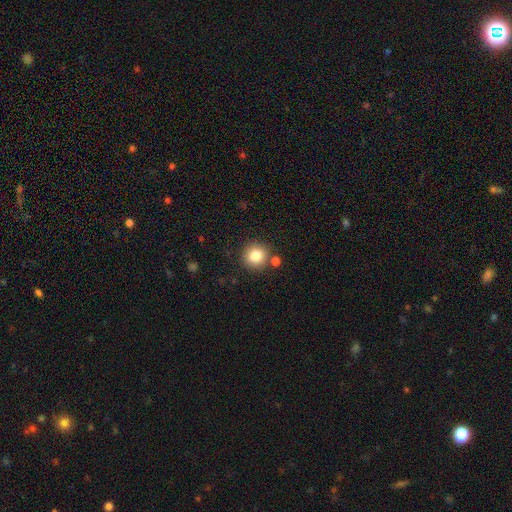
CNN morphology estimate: This is clearly a smooth galaxy (82%). How rounded: clearly round (92%). Merging: clearly none (82%).